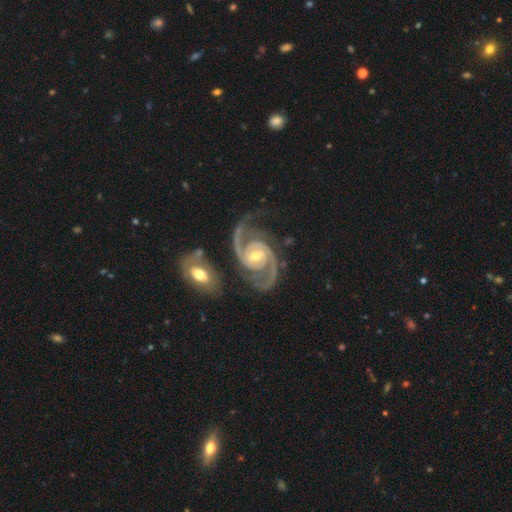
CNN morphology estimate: Q: Smooth or featured?
A: featured or disk (94%); runner-up: star or artifact (4%)
Q: Edge-on disk?
A: no (98%); runner-up: yes (2%)
Q: Bar?
A: no (44%); runner-up: weak (37%)
Q: Spiral arms?
A: yes (99%); runner-up: no (1%)
Q: Spiral winding?
A: medium (53%); runner-up: tight (37%)
Q: Spiral arm count?
A: 2 (87%); runner-up: 3 (7%)
Q: Bulge size?
A: moderate (59%); runner-up: small (37%)
Q: Merging?
A: none (65%); runner-up: minor disturbance (18%)